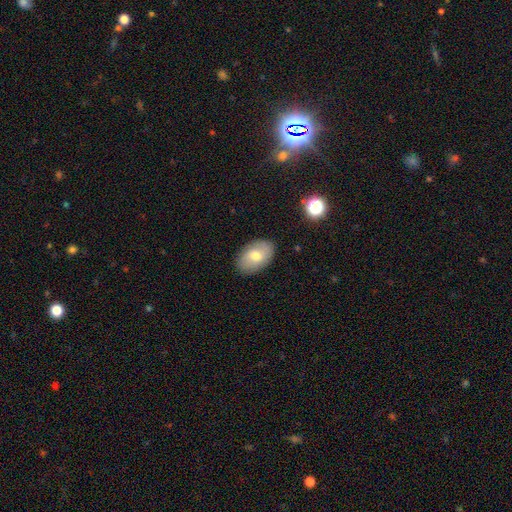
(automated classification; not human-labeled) A smooth galaxy with no disk features (69%) that is in between round and cigar-shaped (90%). Merging: none (87%).